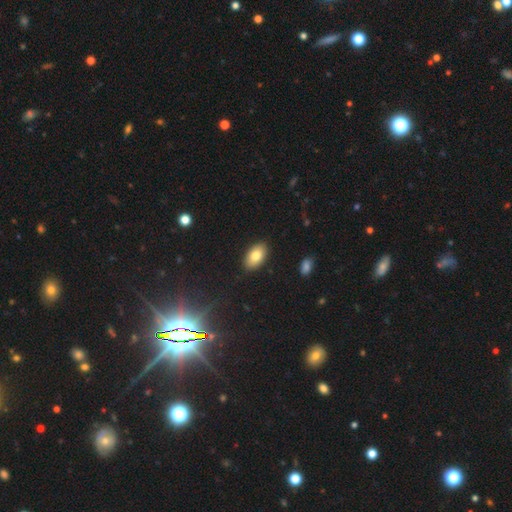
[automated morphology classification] This appears to be a smooth galaxy with no disk features (80%) that is in between round and cigar-shaped (93%). Merging: none (88%).